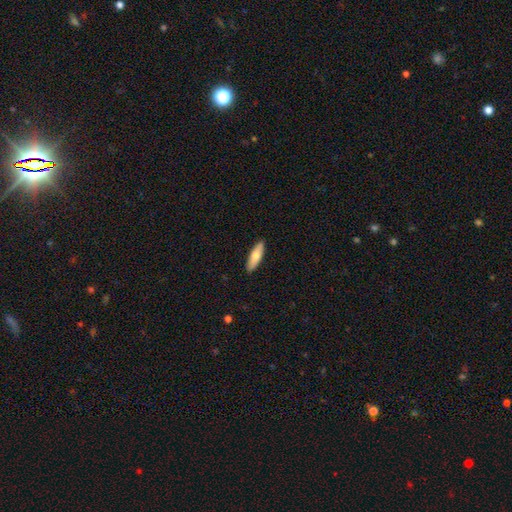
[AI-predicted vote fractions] Morphology: type=smooth (72%); roundness=cigar-shaped (53%); merging=none (90%).